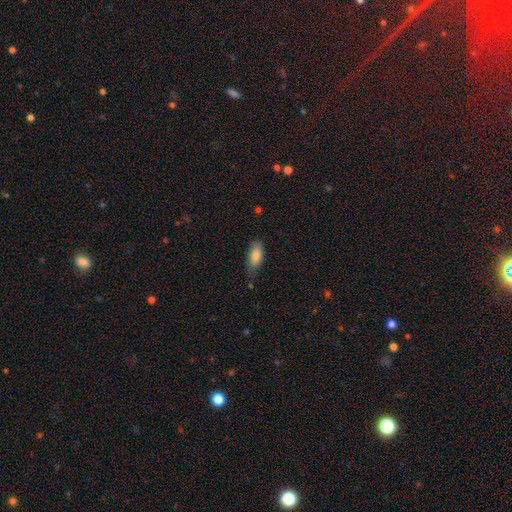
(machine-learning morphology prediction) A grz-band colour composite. It shows a smooth galaxy with no disk features (85%) that is in between round and cigar-shaped (83%). Merging: none (66%).